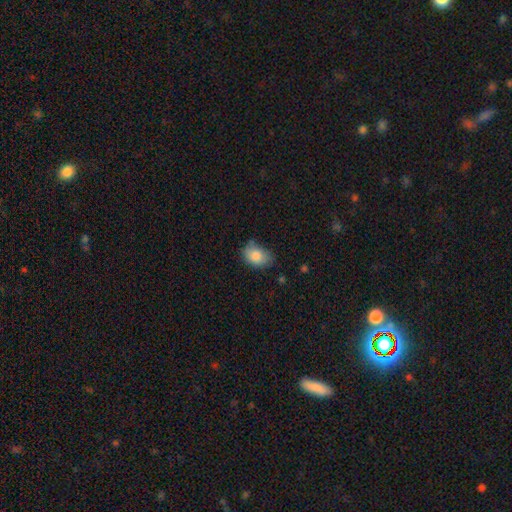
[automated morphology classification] Smooth or featured? Predicted: smooth (p=0.83). How rounded? Predicted: in between (p=0.79). Merging? Predicted: none (p=0.59).